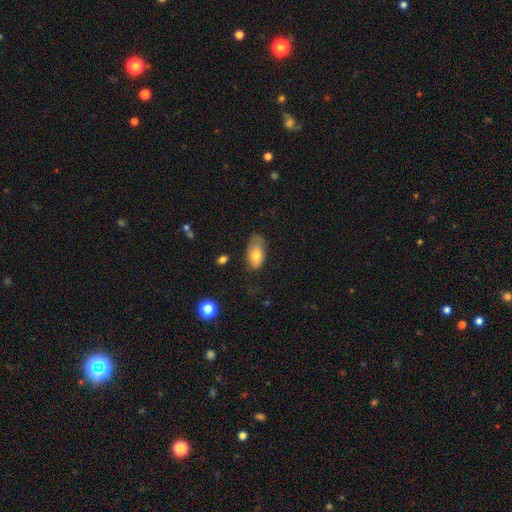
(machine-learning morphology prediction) type=smooth (75%); roundness=in between (93%); merging=none (53%).